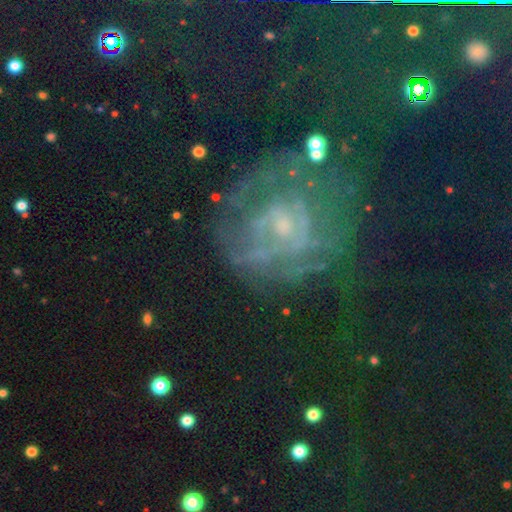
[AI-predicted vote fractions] smooth_or_featured: featured or disk (p=0.67) [alt: star or artifact p=0.17]
disk_edge_on: no (p=0.97) [alt: yes p=0.03]
bar: no (p=0.74) [alt: weak p=0.21]
has_spiral_arms: yes (p=0.56) [alt: no p=0.44]
bulge_size: small (p=0.50) [alt: moderate p=0.34]
merging: none (p=0.53) [alt: major disturbance p=0.24]